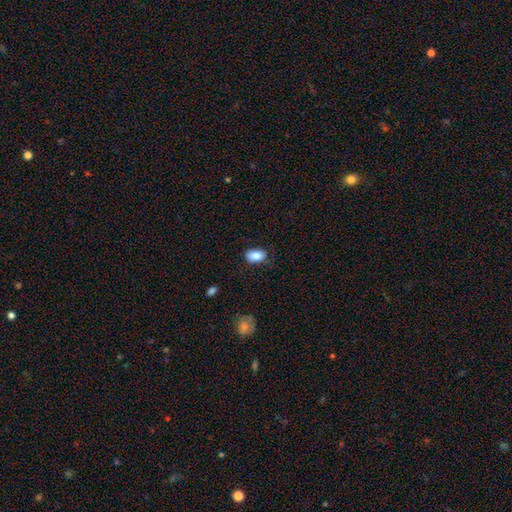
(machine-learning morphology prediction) smooth-or-featured: smooth: 86% | star or artifact: 8% | featured or disk: 7%
  how-rounded: in between: 89% | round: 9% | cigar-shaped: 2%
  merging: none: 79% | minor disturbance: 16% | major disturbance: 4% | merger: 1%